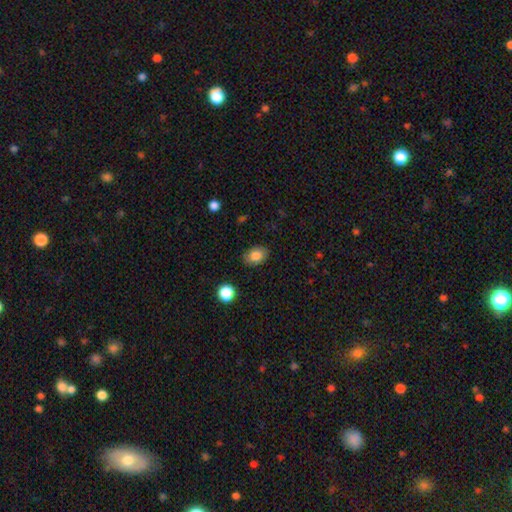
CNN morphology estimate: Q: Smooth or featured?
A: smooth (83%); runner-up: star or artifact (9%)
Q: How rounded?
A: in between (72%); runner-up: round (27%)
Q: Merging?
A: none (85%); runner-up: minor disturbance (11%)